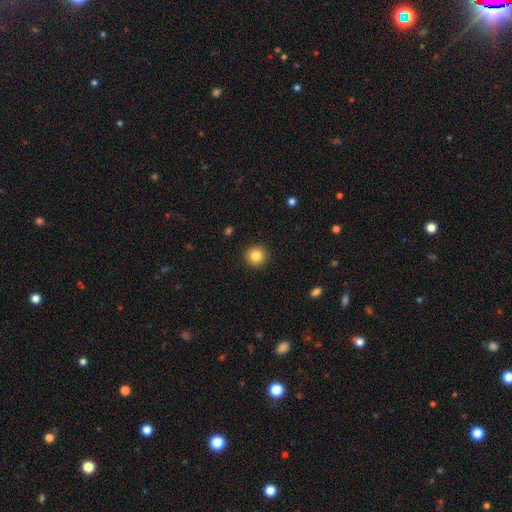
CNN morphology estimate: The model was most divided on "smooth or featured": smooth: 84%, star or artifact: 10%, featured or disk: 6%. More confident: how rounded — round (95%); merging — none (92%).